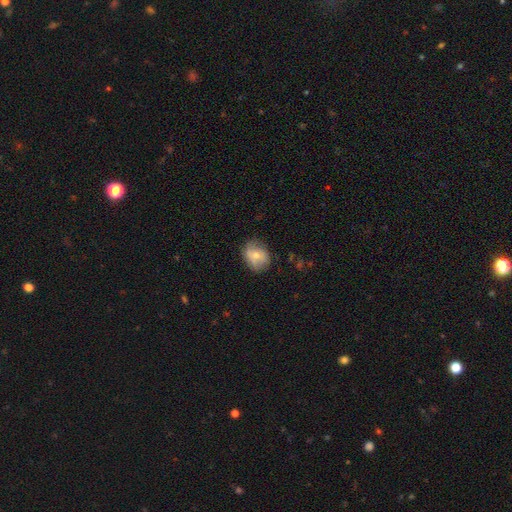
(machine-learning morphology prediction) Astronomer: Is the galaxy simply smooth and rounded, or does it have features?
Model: smooth — 58% (runner-up: featured or disk, 34%).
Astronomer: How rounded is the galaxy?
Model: round — 51% (runner-up: in between, 48%).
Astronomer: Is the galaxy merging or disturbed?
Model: none — 69%.